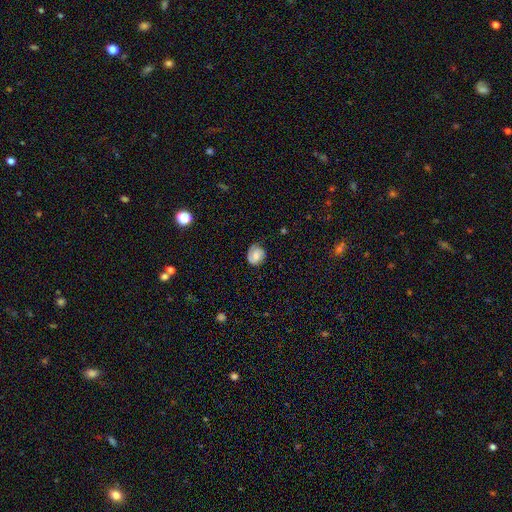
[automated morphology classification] A featured or disk galaxy (61%) with no bar (59%), 2 (60%) tight (59%) spiral arms (89%) and a moderate central bulge (55%).

Vote fractions:
- Smooth or featured? featured or disk: 61% / smooth: 31% / star or artifact: 8%
- Edge-on disk? no: 98% / yes: 2%
- Bar? no: 59% / weak: 34% / strong: 7%
- Spiral arms? yes: 89% / no: 11%
- Spiral winding? tight: 59% / medium: 31% / loose: 9%
- Spiral arm count? 2: 60% / 1: 23% / can't tell: 12% / 3: 3% / 4: 1% / more than 4: 1%
- Bulge size? moderate: 55% / small: 35% / large: 5% / none: 4% / dominant: 1%
- Merging? none: 72% / minor disturbance: 20% / major disturbance: 7% / merger: 1%